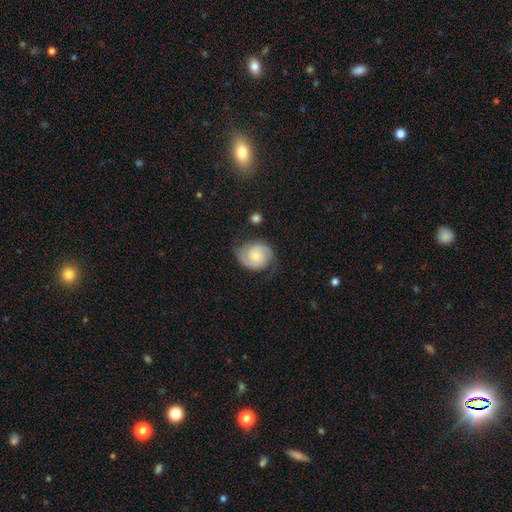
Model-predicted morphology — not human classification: The model was most divided on "spiral winding": tight: 44%, medium: 42%, loose: 14%. Remaining: edge-on disk — no (98%); spiral arms — yes (94%); spiral arm count — 2 (86%); smooth or featured — featured or disk (69%); bar — no (68%); merging — none (67%); bulge size — moderate (45%).